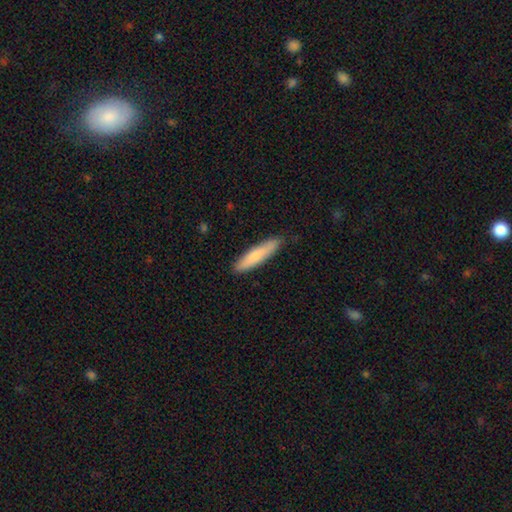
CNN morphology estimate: Overall: smooth (74%). How rounded: cigar-shaped (85%). Merging: none (85%).